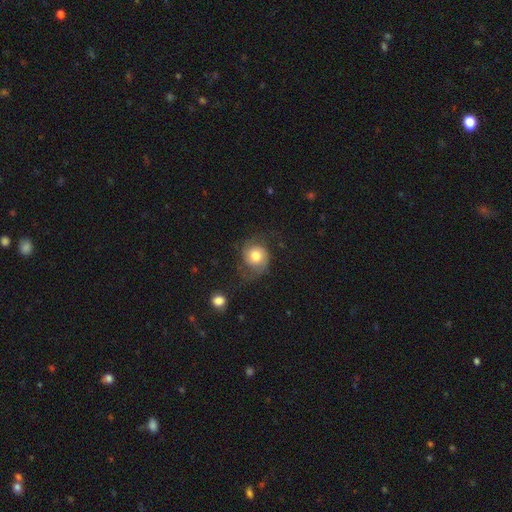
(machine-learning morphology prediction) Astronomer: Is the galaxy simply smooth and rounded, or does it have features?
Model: smooth — 47% (runner-up: featured or disk, 45%).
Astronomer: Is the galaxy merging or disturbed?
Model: none — 54%.